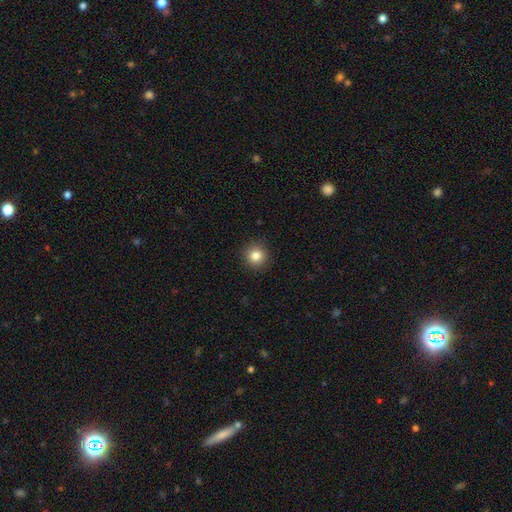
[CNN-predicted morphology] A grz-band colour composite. It shows a smooth galaxy with no disk features (82%) that is round (93%). Merging: none (92%).